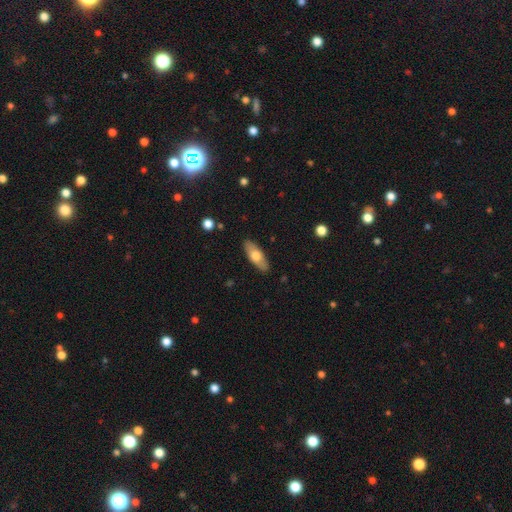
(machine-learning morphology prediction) smooth-or-featured: smooth: 64% | featured or disk: 31% | star or artifact: 6%
  how-rounded: in between: 70% | cigar-shaped: 28% | round: 3%
  merging: none: 88% | minor disturbance: 9% | major disturbance: 2% | merger: 1%